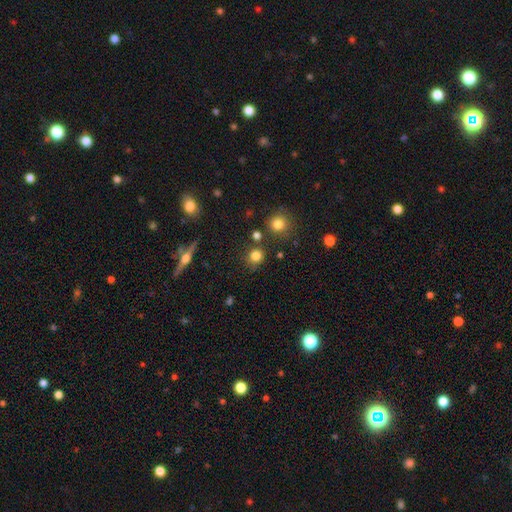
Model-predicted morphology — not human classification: A smooth galaxy with no disk features (80%) that is round (89%). Merging: none (81%).